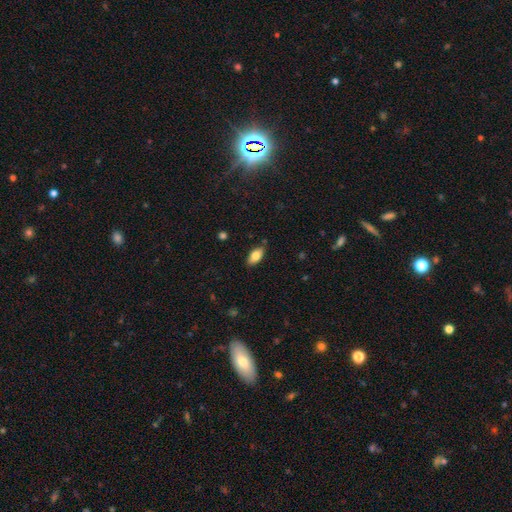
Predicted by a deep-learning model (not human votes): Morphology: type=smooth (79%); roundness=in between (90%); merging=none (83%).